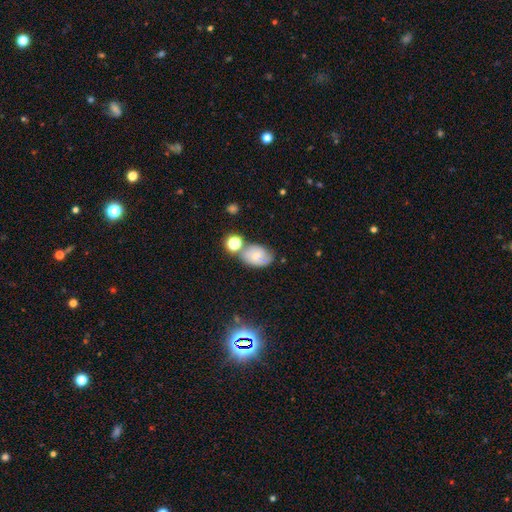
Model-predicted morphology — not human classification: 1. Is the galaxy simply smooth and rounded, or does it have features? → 54% smooth, 33% featured or disk, 13% star or artifact.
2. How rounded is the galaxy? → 77% in between, 22% round, 1% cigar-shaped.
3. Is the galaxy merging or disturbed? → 52% none, 22% minor disturbance, 19% merger, 7% major disturbance.